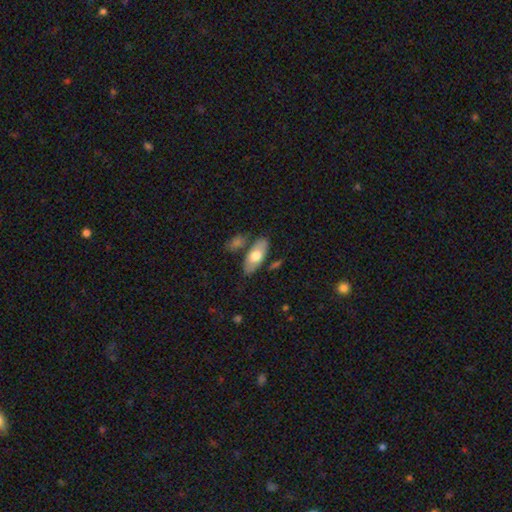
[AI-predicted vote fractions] A smooth galaxy with no disk features (67%) that is in between round and cigar-shaped (84%).

Vote fractions:
- Smooth or featured? smooth: 67% / featured or disk: 28% / star or artifact: 5%
- How rounded? in between: 84% / cigar-shaped: 13% / round: 3%
- Merging? none: 75% / minor disturbance: 12% / merger: 9% / major disturbance: 3%